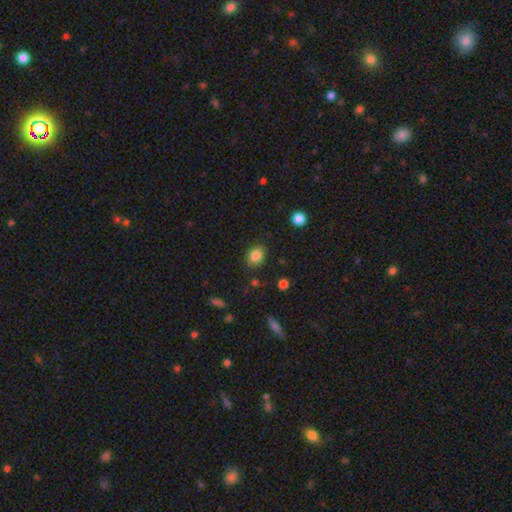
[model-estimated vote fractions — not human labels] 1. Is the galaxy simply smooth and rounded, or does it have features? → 84% smooth, 10% star or artifact, 6% featured or disk.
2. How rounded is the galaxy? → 53% round, 46% in between, 1% cigar-shaped.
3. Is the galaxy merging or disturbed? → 85% none, 10% minor disturbance, 3% major disturbance, 2% merger.